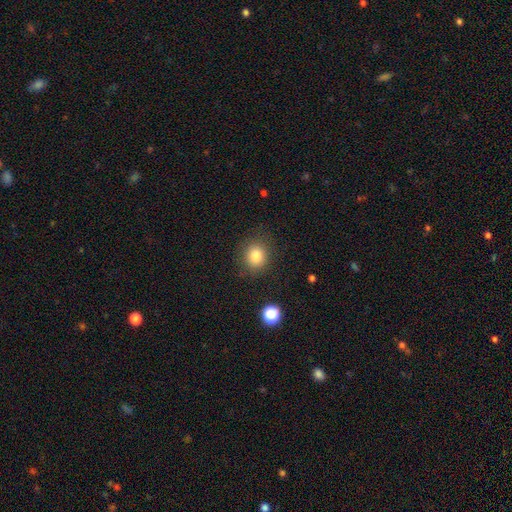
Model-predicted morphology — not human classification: Smooth or featured?
  - smooth: 83% *
  - star or artifact: 11%
  - featured or disk: 6%
How rounded?
  - round: 73% *
  - in between: 27%
  - cigar-shaped: 1%
Merging?
  - none: 83% *
  - minor disturbance: 11%
  - major disturbance: 4%
  - merger: 2%